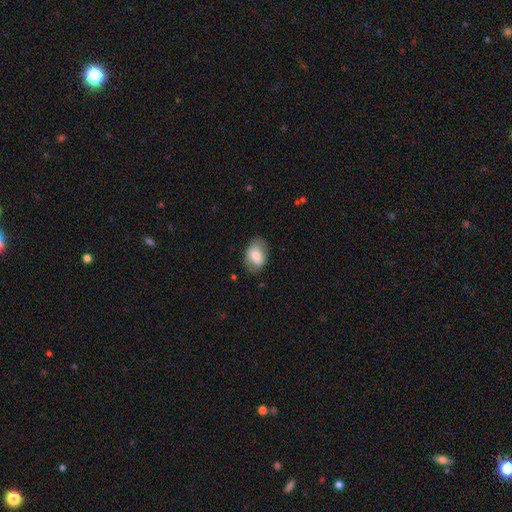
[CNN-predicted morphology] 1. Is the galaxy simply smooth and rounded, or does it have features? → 71% smooth, 22% featured or disk, 7% star or artifact.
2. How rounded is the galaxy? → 84% in between, 15% round, 1% cigar-shaped.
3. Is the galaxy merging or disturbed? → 74% none, 19% minor disturbance, 6% major disturbance, 1% merger.